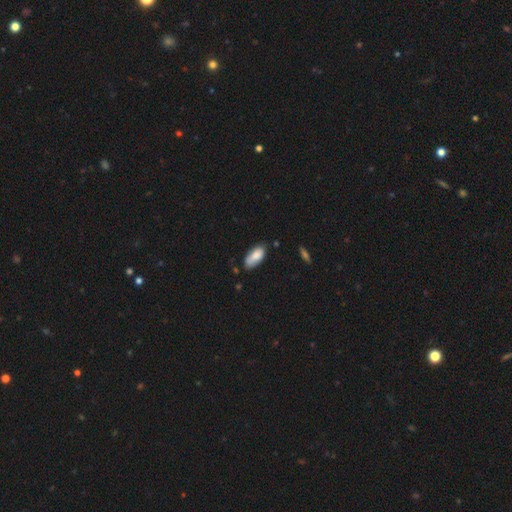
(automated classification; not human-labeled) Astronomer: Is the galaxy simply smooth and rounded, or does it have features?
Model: smooth — 79%.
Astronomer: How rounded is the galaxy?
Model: in between — 88%.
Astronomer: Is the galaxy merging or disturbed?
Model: none — 58%.